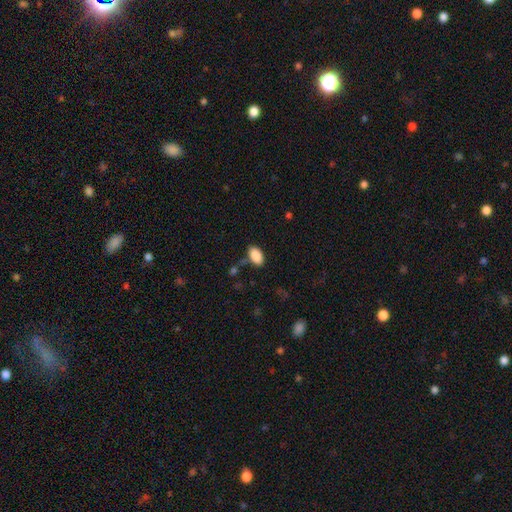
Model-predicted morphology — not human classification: Overall: smooth (88%). How rounded: in between (94%). Merging: none (76%).